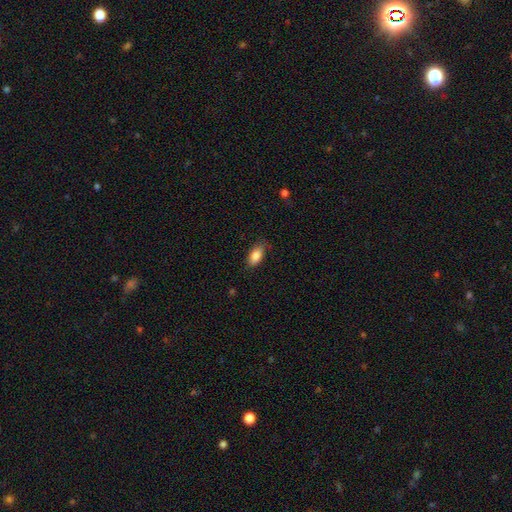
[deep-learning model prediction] Smooth or featured? smooth (85%)
How rounded? in between (90%)
Merging? none (80%)